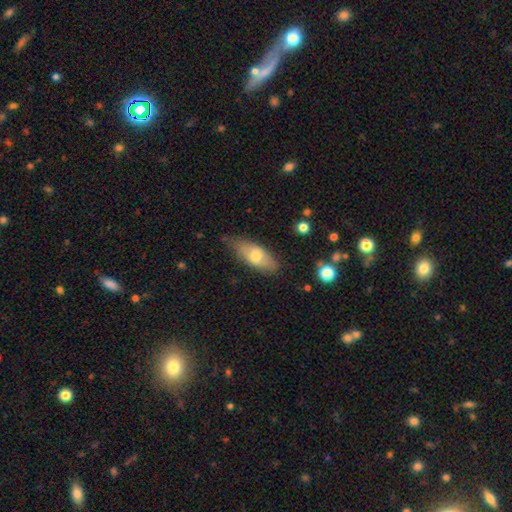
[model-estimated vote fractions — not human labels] Smooth or featured: smooth — 65% (featured or disk — 28%)
How rounded: in between — 79% (cigar-shaped — 18%)
Merging: none — 68% (minor disturbance — 25%)